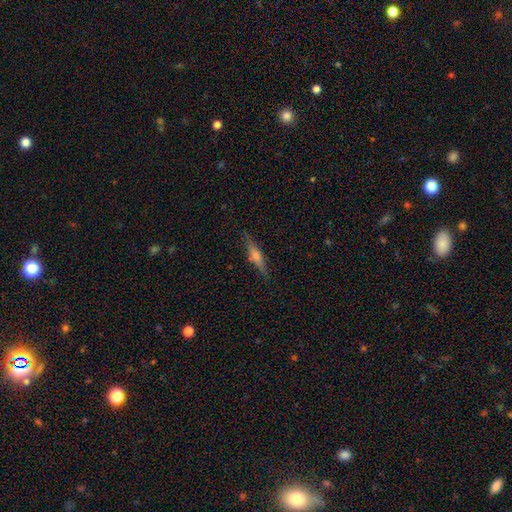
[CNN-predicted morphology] The model was most divided on "smooth or featured": featured or disk: 53%, smooth: 39%, star or artifact: 8%. More confident: edge-on disk — yes (95%); merging — none (85%); edge-on bulge — rounded (72%).